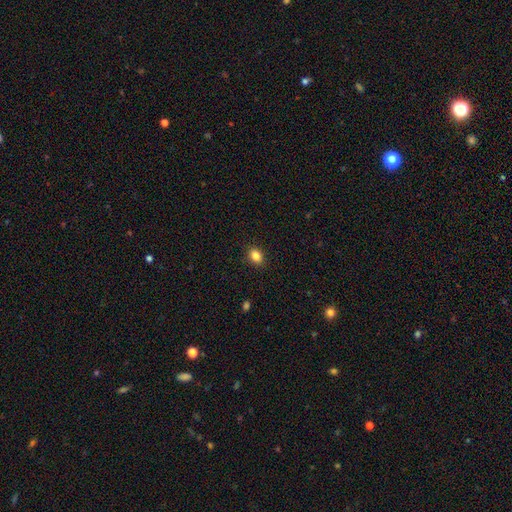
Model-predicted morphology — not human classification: Smooth or featured? smooth (86%)
How rounded? in between (72%)
Merging? none (89%)